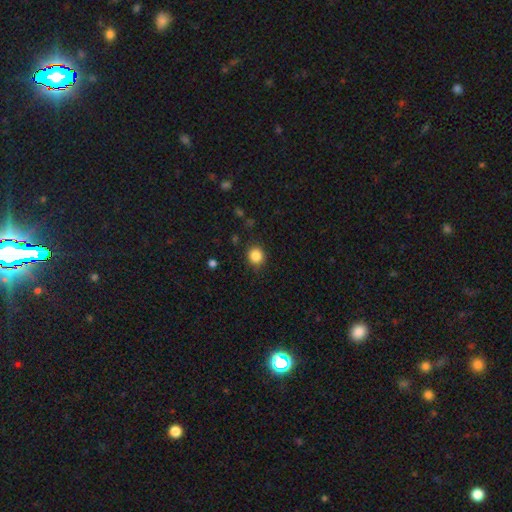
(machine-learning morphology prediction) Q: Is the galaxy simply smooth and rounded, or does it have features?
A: smooth — 85%.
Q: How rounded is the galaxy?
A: round — 85%.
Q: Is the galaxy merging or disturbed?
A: none — 87%.